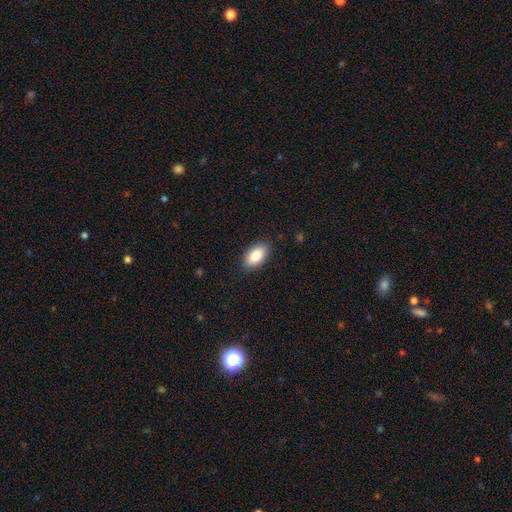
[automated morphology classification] Smooth or featured?
  - smooth: 85% *
  - featured or disk: 8%
  - star or artifact: 7%
How rounded?
  - in between: 93% *
  - round: 5%
  - cigar-shaped: 2%
Merging?
  - none: 86% *
  - minor disturbance: 11%
  - major disturbance: 2%
  - merger: 1%